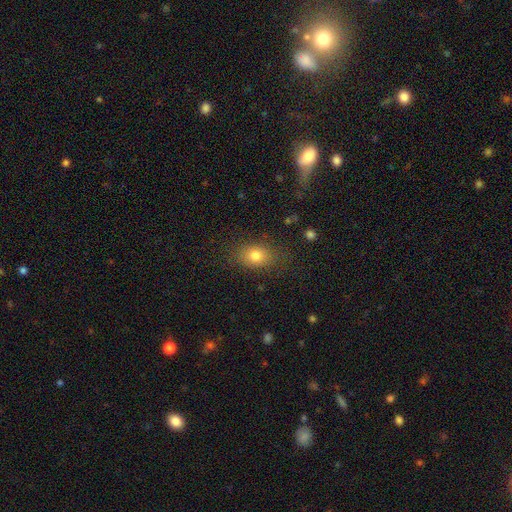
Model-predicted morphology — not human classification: Smooth or featured? Predicted: smooth (p=0.80). How rounded? Predicted: in between (p=0.69). Merging? Predicted: none (p=0.81).